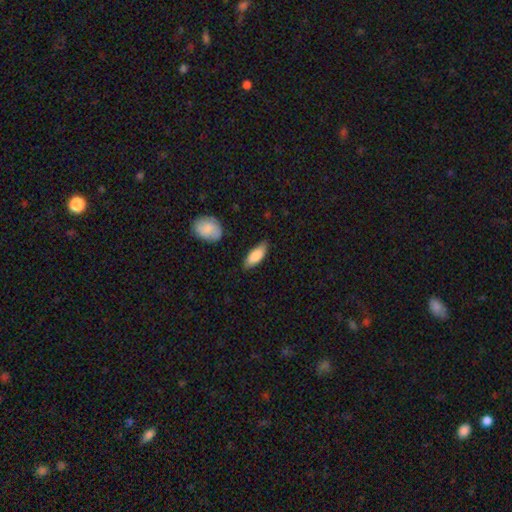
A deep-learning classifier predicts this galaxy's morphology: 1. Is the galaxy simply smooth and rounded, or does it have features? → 81% smooth, 13% featured or disk, 6% star or artifact.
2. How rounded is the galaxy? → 77% in between, 21% cigar-shaped, 2% round.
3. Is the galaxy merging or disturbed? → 79% none, 16% minor disturbance, 3% major disturbance, 2% merger.